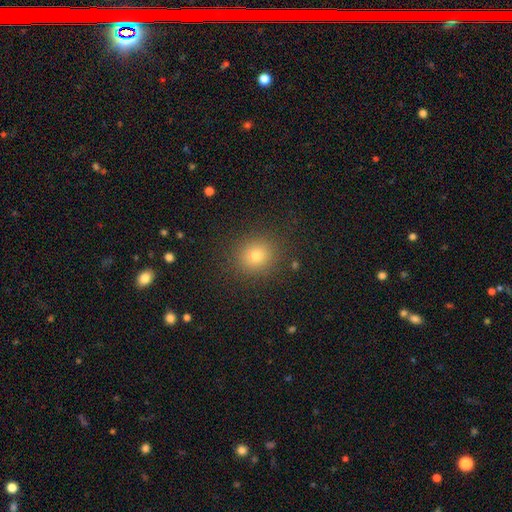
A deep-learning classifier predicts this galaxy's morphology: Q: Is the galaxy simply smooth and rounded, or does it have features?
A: smooth — 76%.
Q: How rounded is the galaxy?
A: round — 87%.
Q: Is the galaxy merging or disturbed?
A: none — 89%.